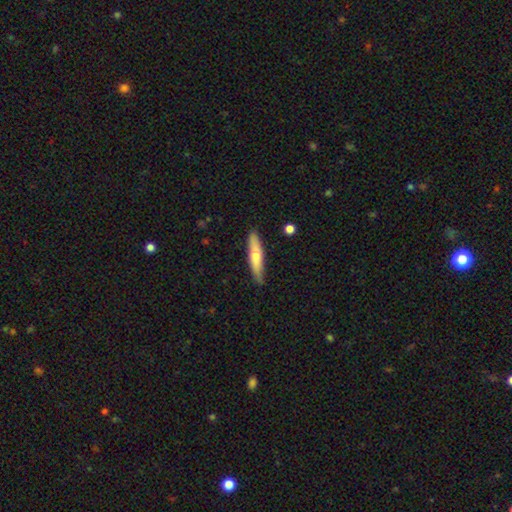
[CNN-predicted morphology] Smooth or featured: smooth — 63% (featured or disk — 31%)
How rounded: cigar-shaped — 84% (in between — 15%)
Merging: none — 83% (minor disturbance — 14%)